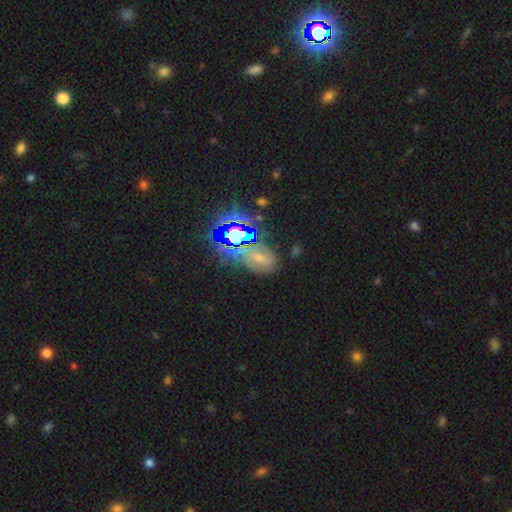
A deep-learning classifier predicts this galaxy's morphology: A star or artifact, not a galaxy (56%).

Vote fractions:
- Smooth or featured? star or artifact: 56% / featured or disk: 25% / smooth: 19%